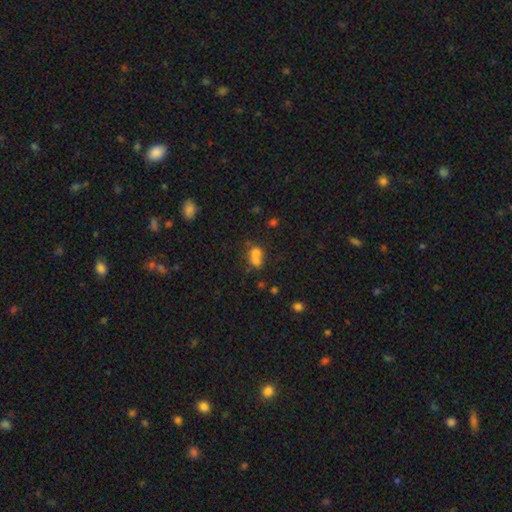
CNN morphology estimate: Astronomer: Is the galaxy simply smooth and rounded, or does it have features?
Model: smooth — 68%.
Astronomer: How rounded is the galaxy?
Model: round — 60% (runner-up: in between, 39%).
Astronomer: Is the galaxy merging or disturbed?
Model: merger — 62%.